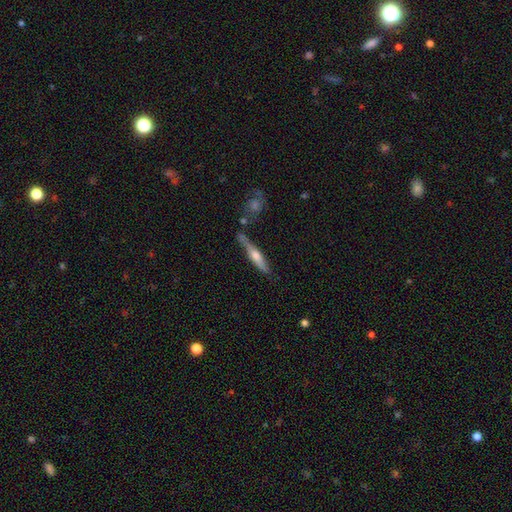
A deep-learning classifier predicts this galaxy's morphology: smooth-or-featured: featured or disk: 62% | smooth: 32% | star or artifact: 6%
  disk-edge-on: yes: 94% | no: 6%
    edge-on-bulge: rounded: 87% | none: 7% | boxy: 6%
  merging: none: 72% | minor disturbance: 16% | merger: 8% | major disturbance: 4%